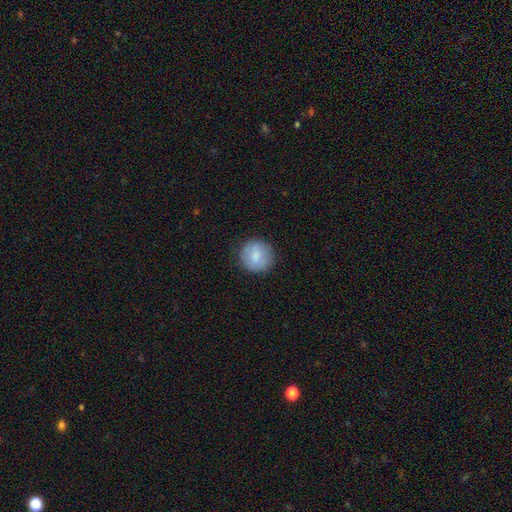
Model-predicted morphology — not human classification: This is likely a smooth galaxy (78%). How rounded: clearly round (92%). Merging: clearly none (86%).